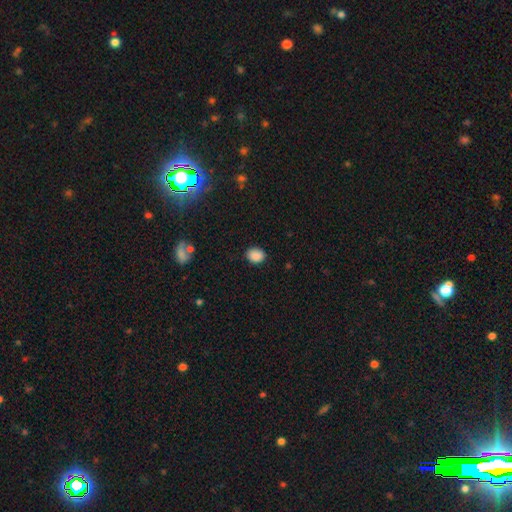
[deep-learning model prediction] The model was most divided on "how rounded": in between: 56%, round: 43%, cigar-shaped: 1%. More confident: smooth or featured — smooth (88%); merging — none (86%).